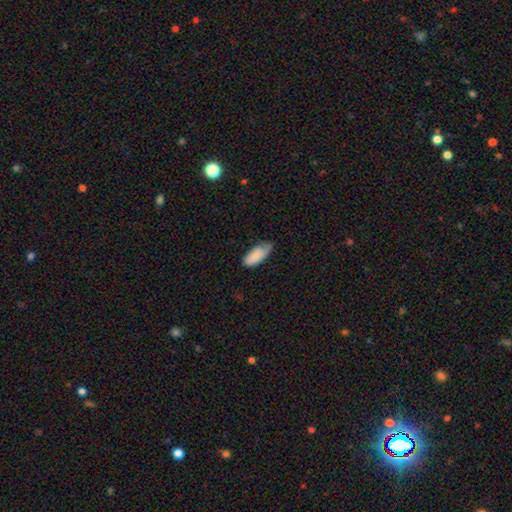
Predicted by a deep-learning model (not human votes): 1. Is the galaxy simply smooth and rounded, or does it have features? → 82% smooth, 12% featured or disk, 6% star or artifact.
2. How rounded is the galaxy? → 85% in between, 14% cigar-shaped, 2% round.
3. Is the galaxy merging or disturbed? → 50% none, 39% minor disturbance, 9% major disturbance, 2% merger.